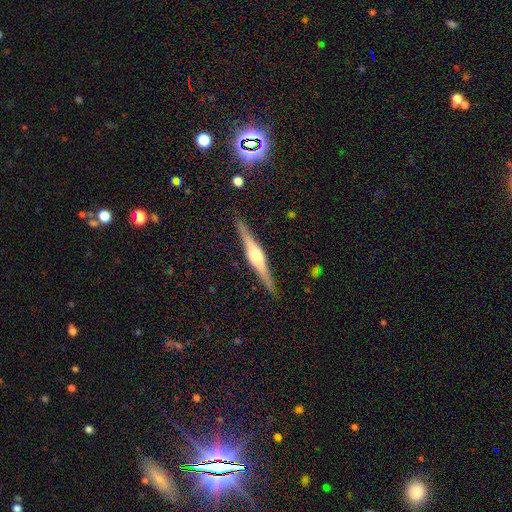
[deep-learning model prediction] Smooth or featured? featured or disk (79%)
Edge-on disk? yes (98%)
Edge-on bulge? rounded (84%)
Merging? none (90%)